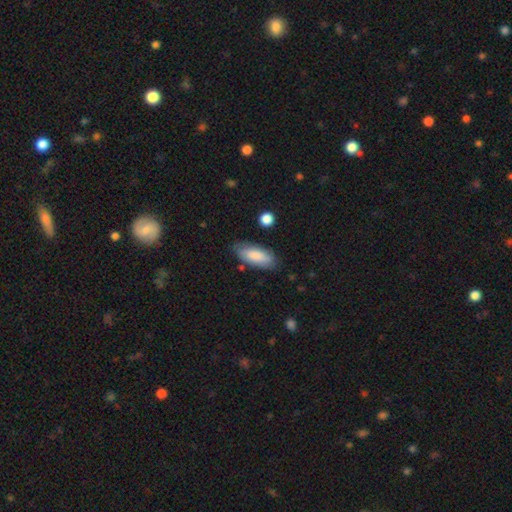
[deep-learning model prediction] smooth 83%, featured or disk 11%, star or artifact 6%. Down the decision tree: how rounded — in between (80%); merging — none (78%).